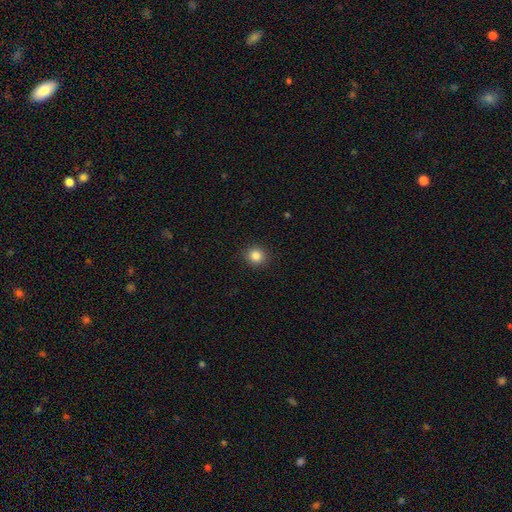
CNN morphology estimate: smooth 84%, star or artifact 11%, featured or disk 5%. Down the decision tree: how rounded — round (90%); merging — none (92%).